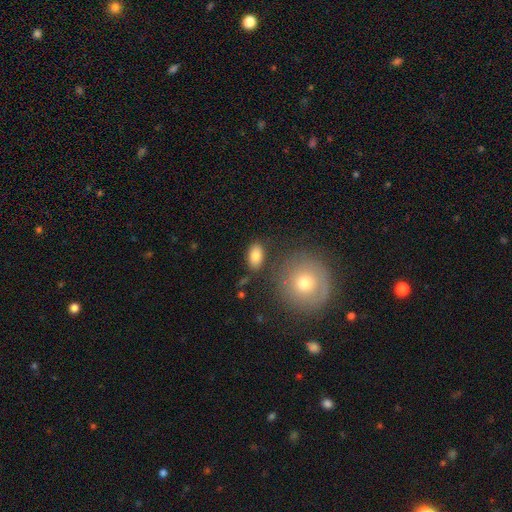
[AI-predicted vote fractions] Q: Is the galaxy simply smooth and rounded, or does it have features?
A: smooth — 84%.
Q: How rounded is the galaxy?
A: in between — 90%.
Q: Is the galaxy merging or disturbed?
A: none — 79%.